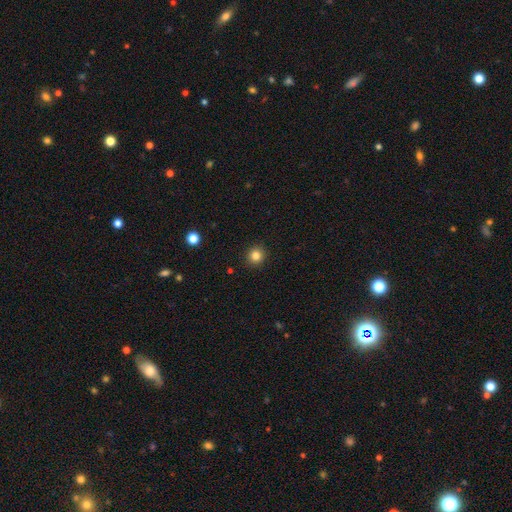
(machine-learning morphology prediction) Smooth or featured? Predicted: smooth (p=0.83). How rounded? Predicted: round (p=0.92). Merging? Predicted: none (p=0.92).